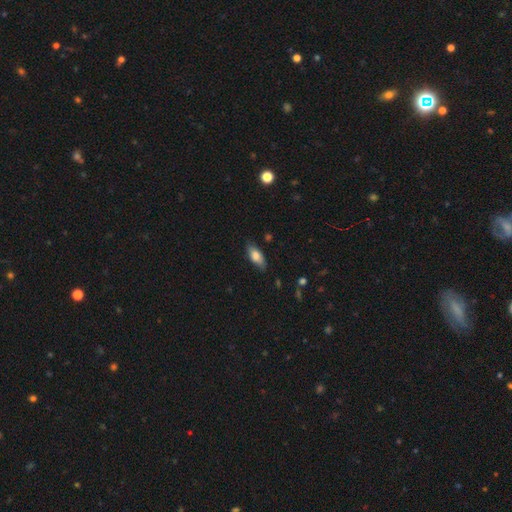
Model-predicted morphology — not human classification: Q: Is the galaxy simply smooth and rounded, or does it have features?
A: smooth — 76%.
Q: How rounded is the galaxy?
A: in between — 82%.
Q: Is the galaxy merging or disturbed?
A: none — 79%.